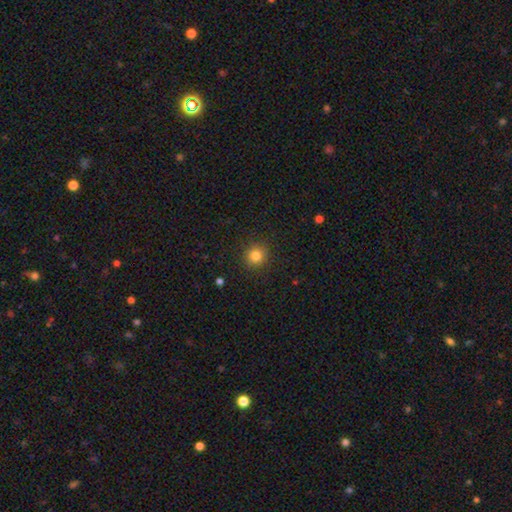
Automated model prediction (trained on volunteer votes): smooth 82%, star or artifact 12%, featured or disk 6%. Down the decision tree: how rounded — round (90%); merging — none (90%).